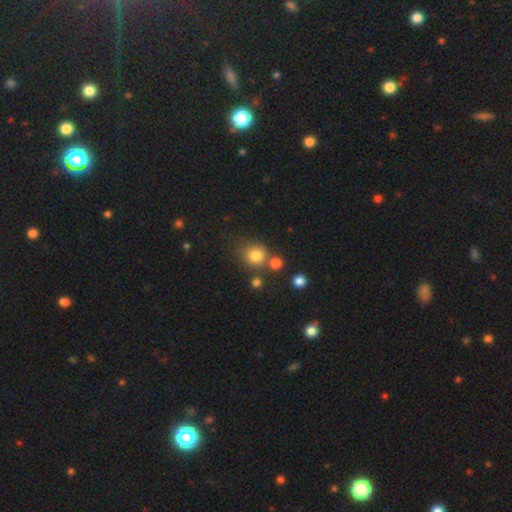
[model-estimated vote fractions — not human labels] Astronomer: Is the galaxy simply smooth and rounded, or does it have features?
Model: smooth — 79%.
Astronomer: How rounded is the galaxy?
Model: round — 85%.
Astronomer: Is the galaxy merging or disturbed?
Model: none — 68%.